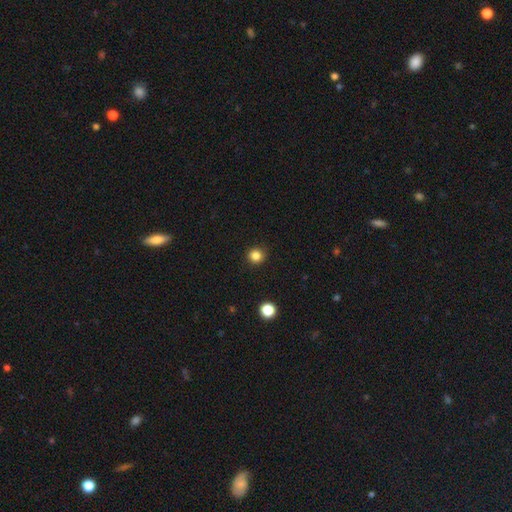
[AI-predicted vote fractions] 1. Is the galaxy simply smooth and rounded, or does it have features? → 84% smooth, 13% star or artifact, 4% featured or disk.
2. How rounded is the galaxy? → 94% round, 5% in between, 1% cigar-shaped.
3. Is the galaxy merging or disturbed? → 91% none, 6% minor disturbance, 2% major disturbance, 1% merger.